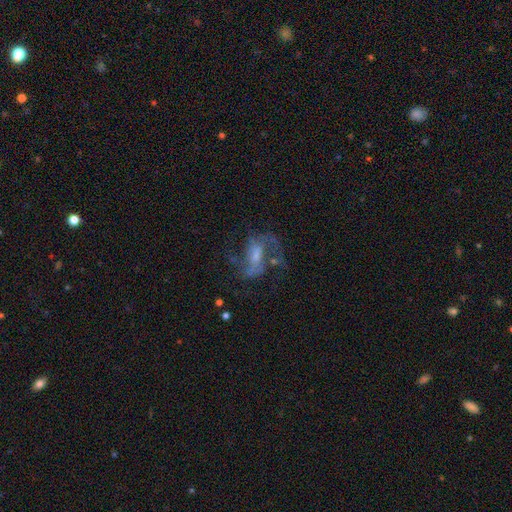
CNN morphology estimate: type=featured or disk (76%); edge-on=no (96%); bar=weak (47%); spiral arms=yes (83%); winding=loose (45%); arm count=2 (72%); bulge=small (39%); merging=none (48%).